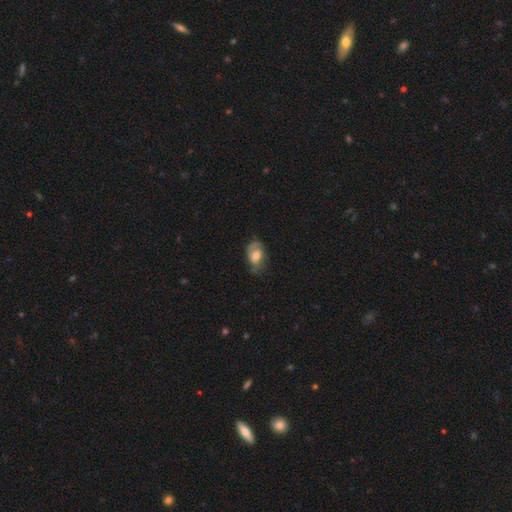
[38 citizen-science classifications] Overall: featured or disk (47%; smooth 45%). Edge-on disk: no (94%). Bar: no (65%; weak 29%). Spiral arms: yes (82%). Spiral arm count: 2 (71%). Spiral winding: loose (50%; medium 36%). Bulge size: moderate (47%; large 29%). Merging: none (54%; major disturbance 29%).